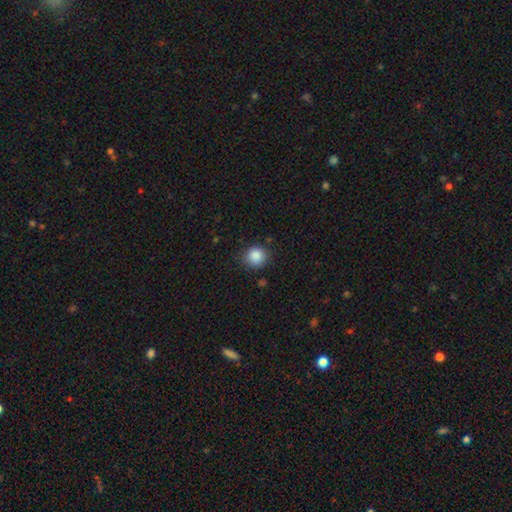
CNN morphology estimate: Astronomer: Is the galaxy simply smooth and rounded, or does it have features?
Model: smooth — 87%.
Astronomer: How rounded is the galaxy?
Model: round — 88%.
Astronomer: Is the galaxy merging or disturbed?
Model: none — 81%.